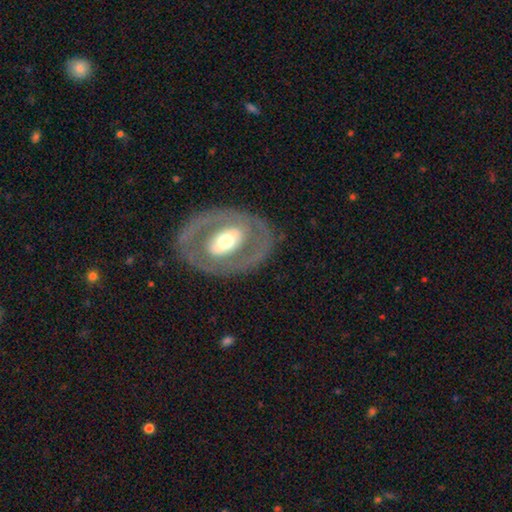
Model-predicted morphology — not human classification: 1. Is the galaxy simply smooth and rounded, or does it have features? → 71% featured or disk, 24% smooth, 6% star or artifact.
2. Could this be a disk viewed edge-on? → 92% no, 8% yes.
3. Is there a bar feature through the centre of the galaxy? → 48% no, 27% weak, 24% strong.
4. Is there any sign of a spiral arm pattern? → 69% no, 31% yes.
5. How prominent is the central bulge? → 63% moderate, 18% large, 16% small, 2% dominant, 1% none.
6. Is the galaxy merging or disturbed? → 79% none, 12% minor disturbance, 7% major disturbance, 1% merger.